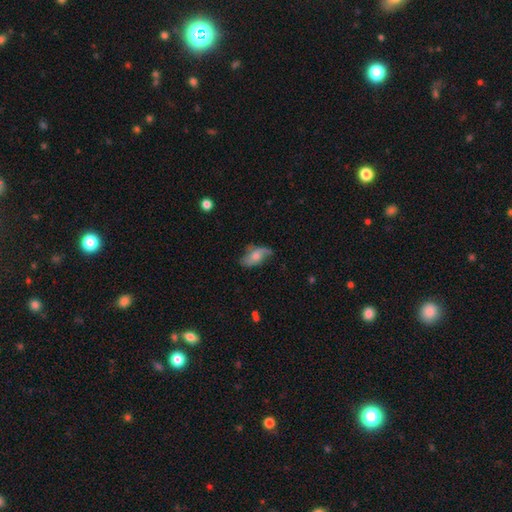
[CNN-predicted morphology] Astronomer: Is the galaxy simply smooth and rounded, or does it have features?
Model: featured or disk — 46%, tied with smooth at 46%.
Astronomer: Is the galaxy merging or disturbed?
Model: none — 52% (runner-up: minor disturbance, 30%).